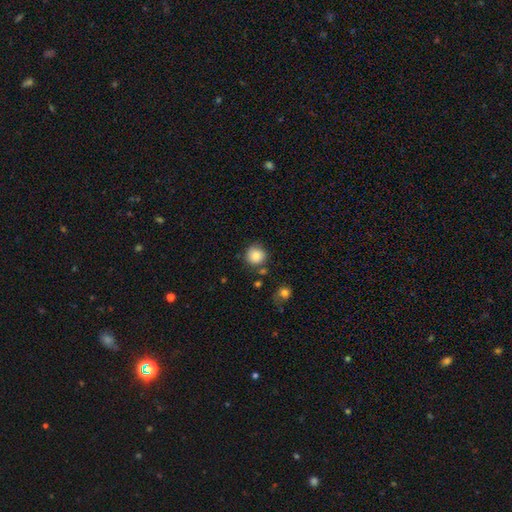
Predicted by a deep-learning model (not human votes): Morphology: type=smooth (83%); roundness=round (93%); merging=none (82%).